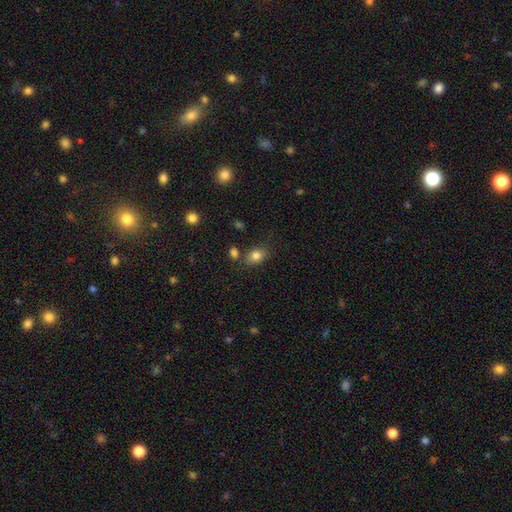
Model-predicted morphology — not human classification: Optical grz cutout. It shows a smooth galaxy with no disk features (82%) that is in between round and cigar-shaped (74%). Merging: none (68%).